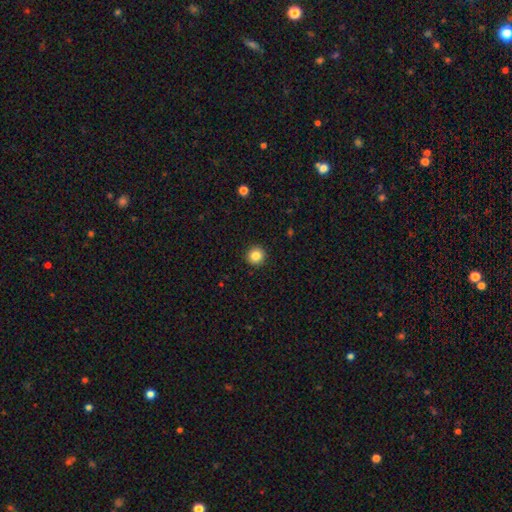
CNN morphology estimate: Smooth or featured? smooth (85%)
How rounded? round (94%)
Merging? none (93%)